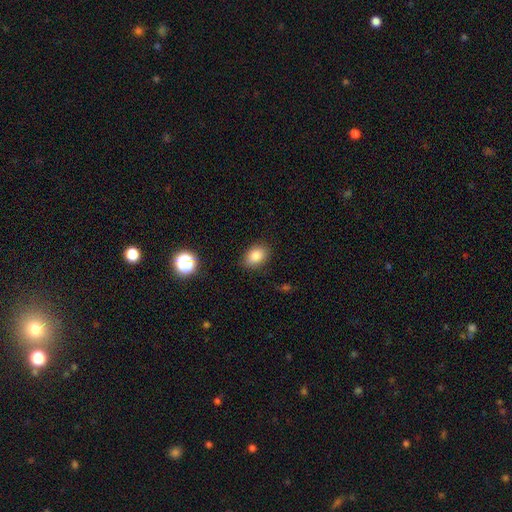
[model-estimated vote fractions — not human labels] smooth_or_featured: smooth (p=0.84) [alt: star or artifact p=0.11]
how_rounded: in between (p=0.75) [alt: round p=0.24]
merging: none (p=0.84) [alt: minor disturbance p=0.12]